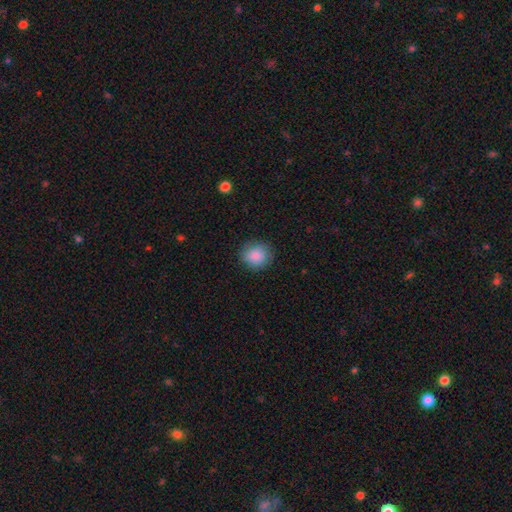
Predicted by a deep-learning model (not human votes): smooth 88%, star or artifact 8%, featured or disk 4%. Down the decision tree: how rounded — round (85%); merging — none (85%).